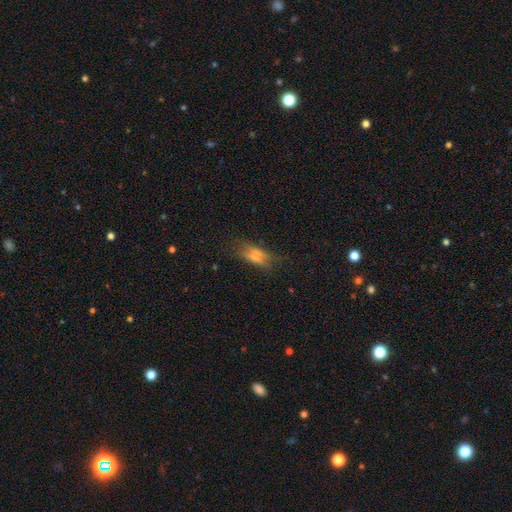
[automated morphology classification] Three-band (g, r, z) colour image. It shows a smooth galaxy with no disk features (60%) that is in between round and cigar-shaped (76%). Merging: none (53%).